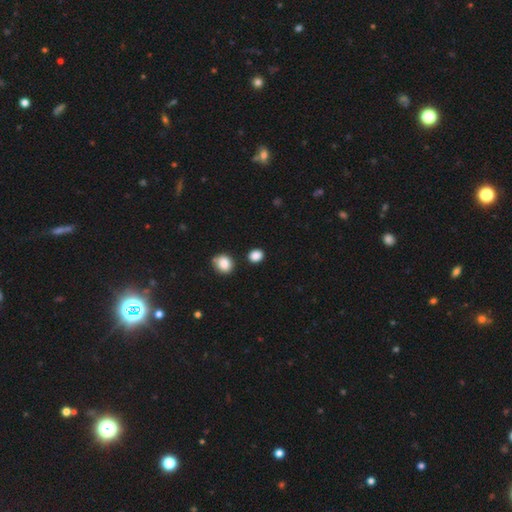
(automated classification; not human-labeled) Smooth or featured? smooth (86%)
How rounded? round (63%)
Merging? none (84%)